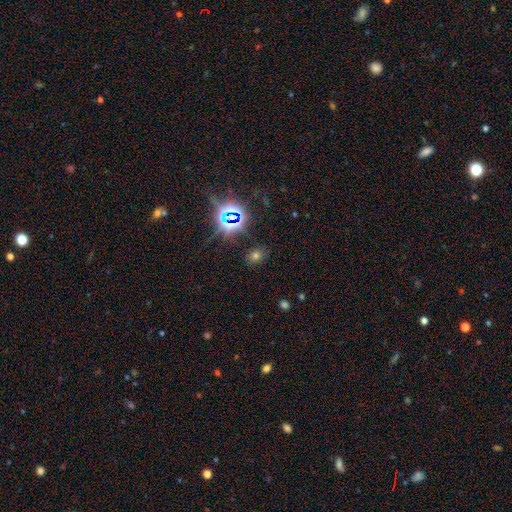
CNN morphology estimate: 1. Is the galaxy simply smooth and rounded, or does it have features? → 53% smooth, 39% star or artifact, 8% featured or disk.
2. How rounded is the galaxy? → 58% in between, 40% round, 2% cigar-shaped.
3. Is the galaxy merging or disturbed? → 82% none, 11% minor disturbance, 4% major disturbance, 2% merger.